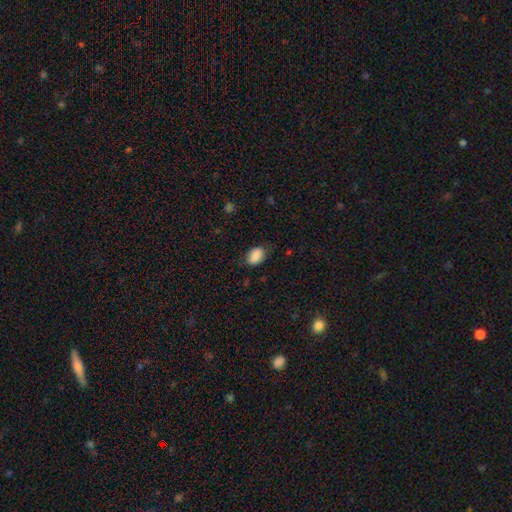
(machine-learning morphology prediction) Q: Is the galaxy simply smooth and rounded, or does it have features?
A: smooth — 85%.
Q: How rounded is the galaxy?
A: in between — 84%.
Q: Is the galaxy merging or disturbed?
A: none — 72%.